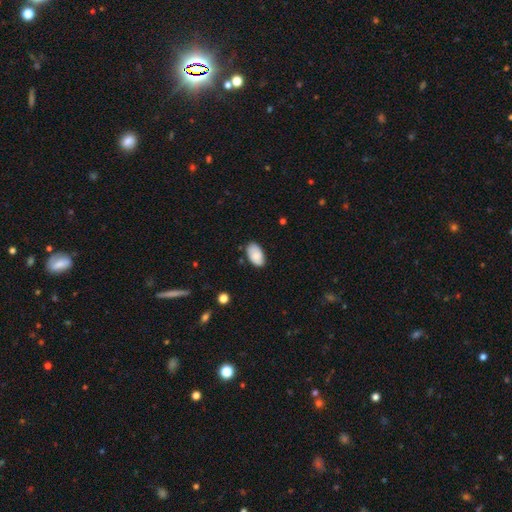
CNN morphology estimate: Smooth or featured? smooth (84%)
How rounded? in between (94%)
Merging? none (78%)